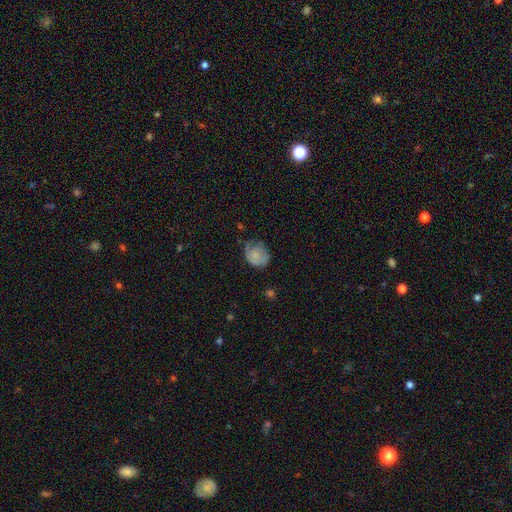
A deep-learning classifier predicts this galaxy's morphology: The model was most divided on "merging": none: 47%, minor disturbance: 33%, major disturbance: 18%, merger: 2%. More confident: how rounded — round (58%); smooth or featured — smooth (54%).